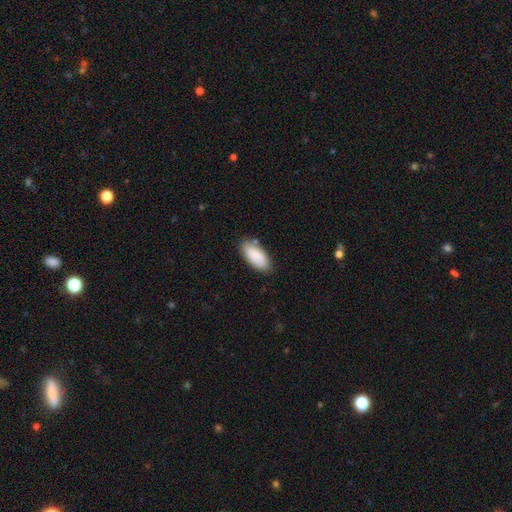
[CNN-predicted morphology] This is clearly a smooth galaxy (89%). How rounded: clearly in between (90%). Merging: clearly none (81%).